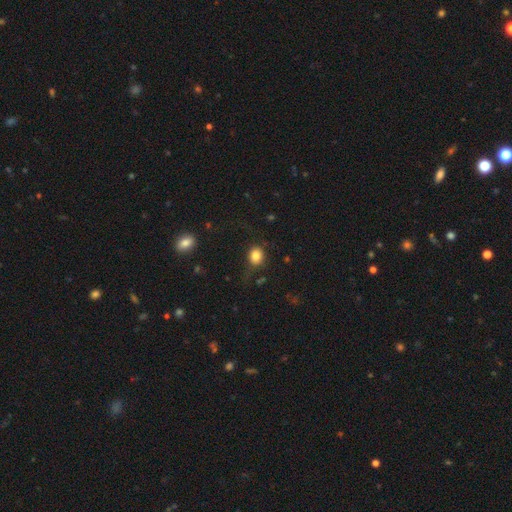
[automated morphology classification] This is clearly a smooth galaxy (83%). How rounded: likely round (67%). Merging: likely none (71%).